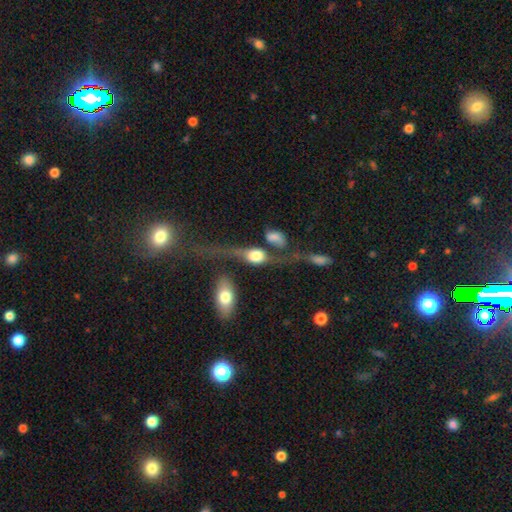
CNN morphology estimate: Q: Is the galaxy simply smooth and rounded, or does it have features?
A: featured or disk — 60%.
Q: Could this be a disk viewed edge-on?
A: yes — 60%.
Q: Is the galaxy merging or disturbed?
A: none — 35%.